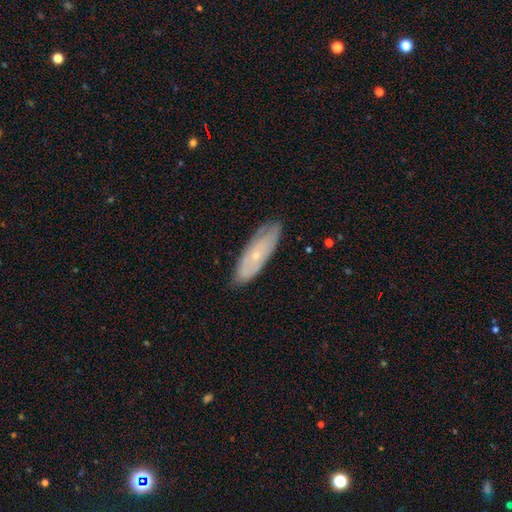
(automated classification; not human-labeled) This is possibly a featured or disk galaxy (55%). It is likely not viewed edge-on (74%). Merging: clearly none (83%).